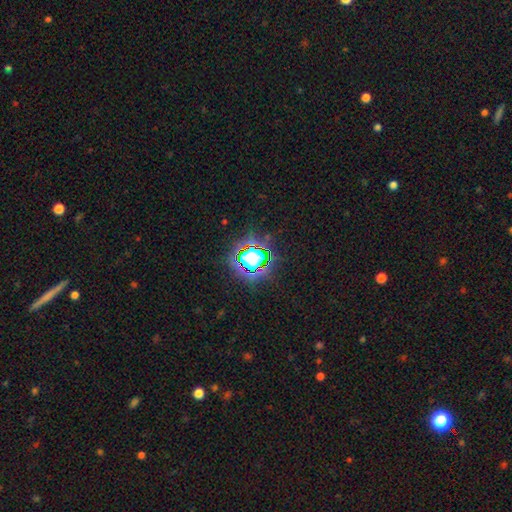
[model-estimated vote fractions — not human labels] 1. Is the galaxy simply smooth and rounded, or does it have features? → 67% star or artifact, 21% smooth, 12% featured or disk.